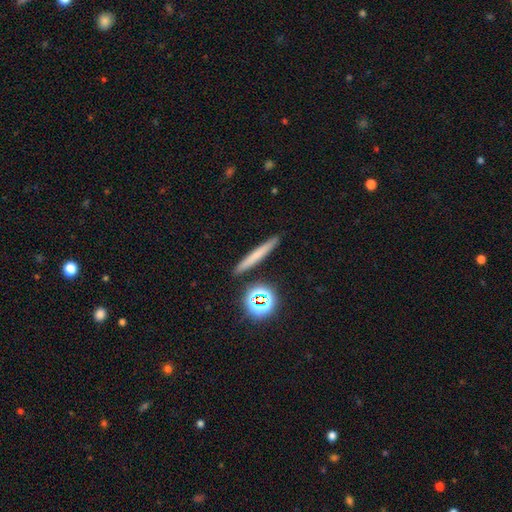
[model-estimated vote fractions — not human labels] smooth 62%, featured or disk 25%, star or artifact 14%. Down the decision tree: how rounded — cigar-shaped (91%); merging — none (90%).